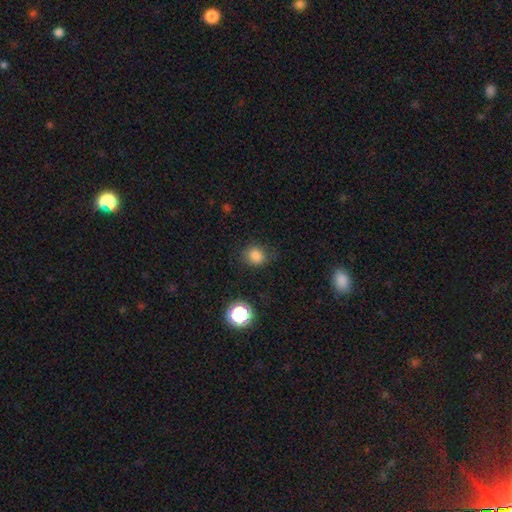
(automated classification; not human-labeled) Overall: smooth (82%). How rounded: round (69%; in between 30%). Merging: none (78%).